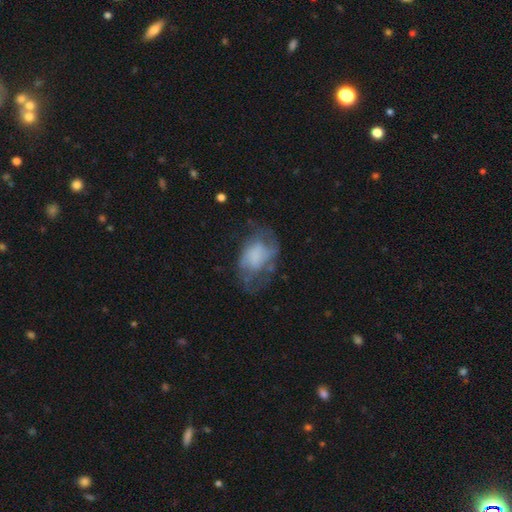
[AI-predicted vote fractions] The model was most divided on "merging": none: 40%, major disturbance: 31%, minor disturbance: 26%, merger: 3%. More confident: edge-on disk — no (97%); smooth or featured — featured or disk (50%).